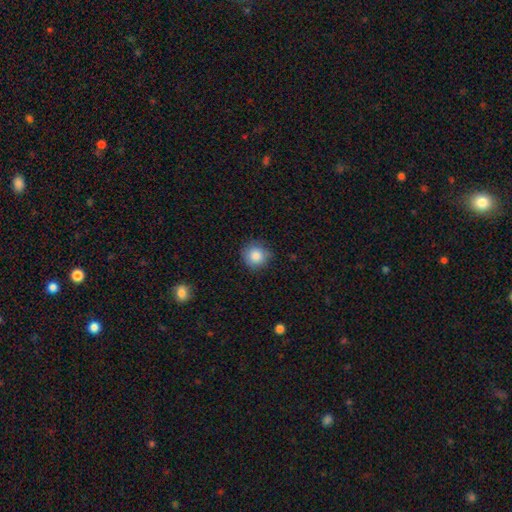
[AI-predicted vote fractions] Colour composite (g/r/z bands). It shows a smooth galaxy with no disk features (86%) that is round (93%). Merging: none (83%).